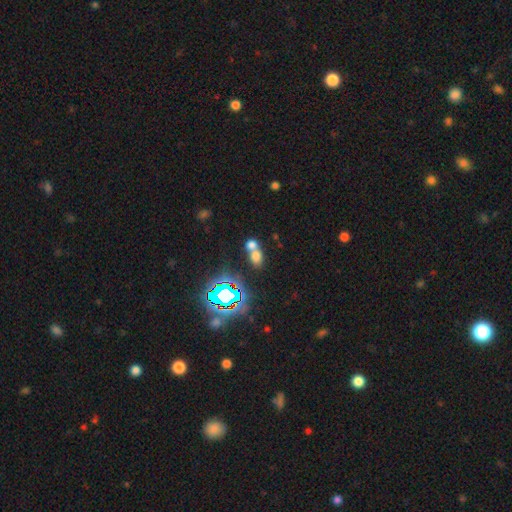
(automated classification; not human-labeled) smooth_or_featured: smooth (p=0.62) [alt: star or artifact p=0.24]
how_rounded: in between (p=0.52) [alt: round p=0.46]
merging: merger (p=0.61) [alt: none p=0.30]